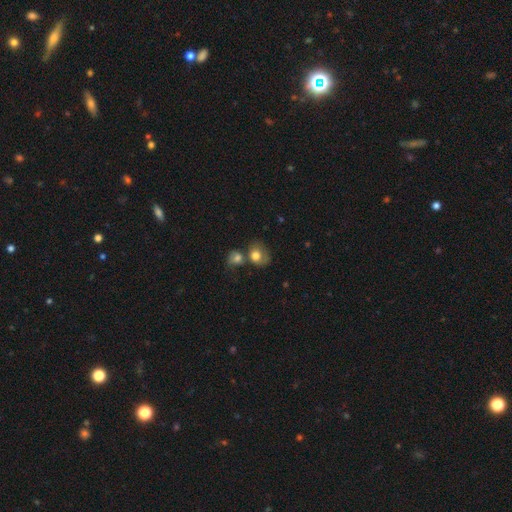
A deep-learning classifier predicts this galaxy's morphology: Smooth or featured? smooth (75%)
How rounded? round (55%)
Merging? merger (41%)